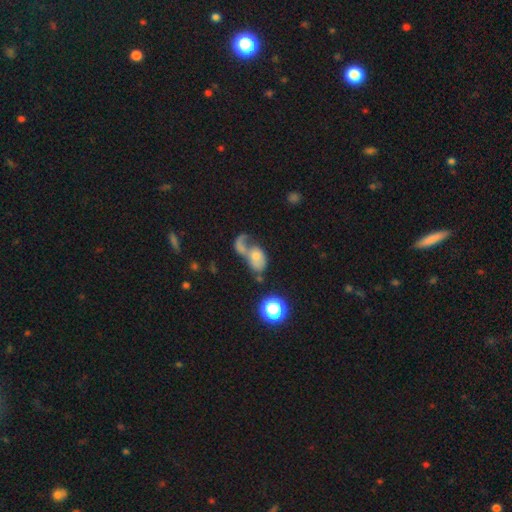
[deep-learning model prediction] The model was most divided on "smooth or featured": smooth: 52%, featured or disk: 36%, star or artifact: 12%. More confident: how rounded — in between (71%); merging — merger (51%).